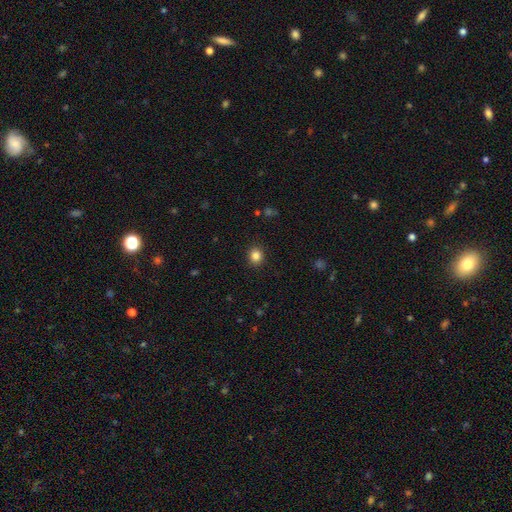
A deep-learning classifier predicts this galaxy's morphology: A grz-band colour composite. It shows a smooth galaxy with no disk features (84%) that is round (80%). Merging: none (91%).